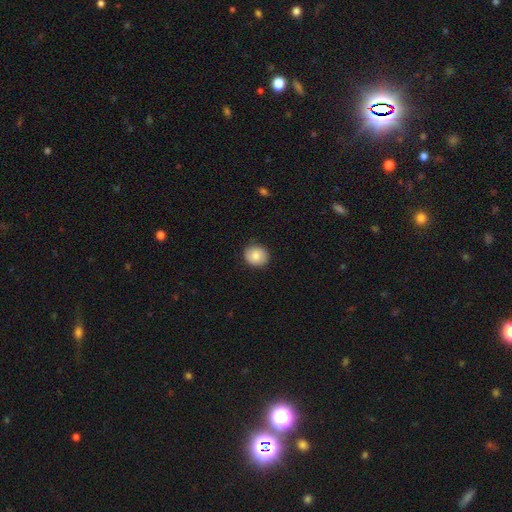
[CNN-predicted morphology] Smooth or featured? smooth (84%)
How rounded? round (81%)
Merging? none (87%)